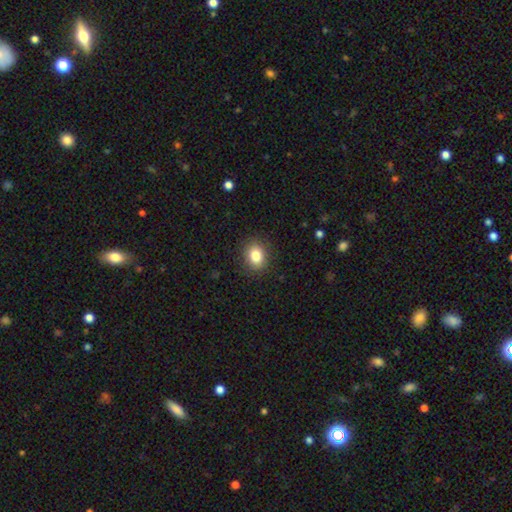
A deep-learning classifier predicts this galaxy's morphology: Smooth or featured? smooth (83%)
How rounded? in between (52%)
Merging? none (89%)